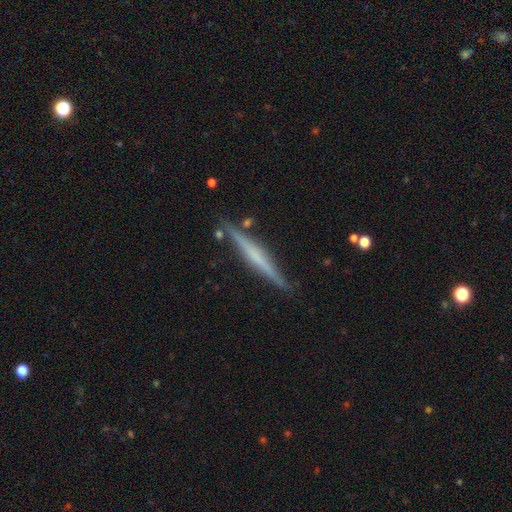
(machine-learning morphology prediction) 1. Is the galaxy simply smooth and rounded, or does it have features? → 65% featured or disk, 30% smooth, 6% star or artifact.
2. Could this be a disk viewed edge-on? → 97% yes, 3% no.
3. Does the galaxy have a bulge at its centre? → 53% none, 29% rounded, 18% boxy.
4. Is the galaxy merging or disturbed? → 85% none, 11% minor disturbance, 2% merger, 2% major disturbance.